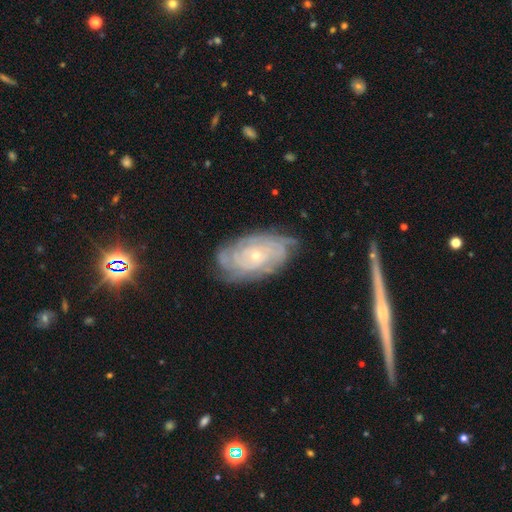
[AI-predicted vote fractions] This is clearly a featured or disk galaxy (83%). It is clearly not viewed edge-on (95%). Bar: clearly no (80%). Spiral arm pattern: clearly yes (93%). Spiral arm count: marginally can't tell (43%). Spiral winding: likely tight (79%). Central bulge: likely small (75%). Merging: likely none (74%).